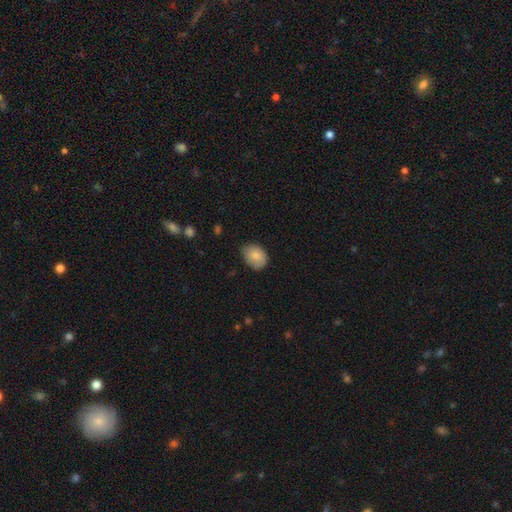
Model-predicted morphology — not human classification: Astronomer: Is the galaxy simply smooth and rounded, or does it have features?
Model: smooth — 84%.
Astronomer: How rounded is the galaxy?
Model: in between — 66%.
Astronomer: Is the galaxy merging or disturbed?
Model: none — 68%.